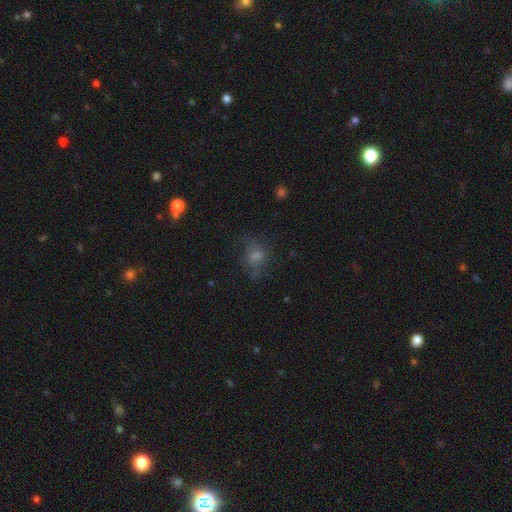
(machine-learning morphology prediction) This is possibly a smooth galaxy (49%). Merging: likely none (60%).